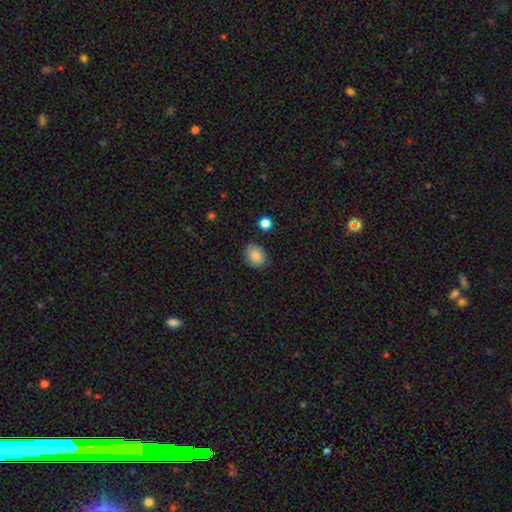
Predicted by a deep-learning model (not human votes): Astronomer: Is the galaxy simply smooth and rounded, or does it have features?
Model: smooth — 87%.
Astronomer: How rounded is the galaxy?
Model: in between — 50% (runner-up: round, 49%).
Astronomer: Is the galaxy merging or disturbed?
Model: none — 81%.